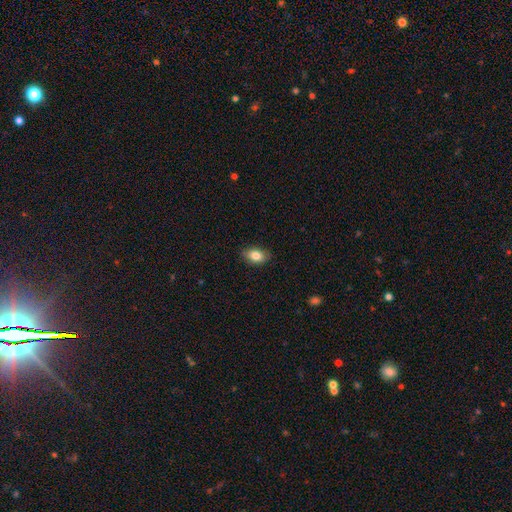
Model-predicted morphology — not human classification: smooth_or_featured: smooth (p=0.83) [alt: featured or disk p=0.09]
how_rounded: in between (p=0.87) [alt: round p=0.11]
merging: none (p=0.85) [alt: minor disturbance p=0.11]